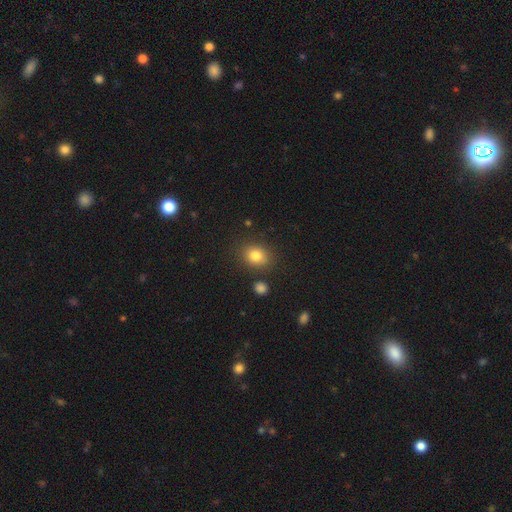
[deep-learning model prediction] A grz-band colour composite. It shows a smooth galaxy with no disk features (82%) that is round (54%). Merging: none (81%).